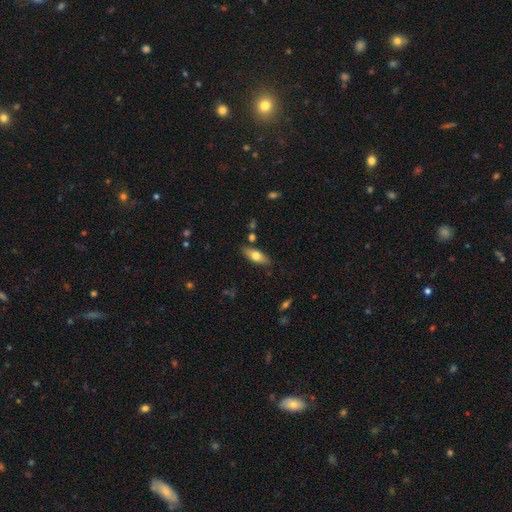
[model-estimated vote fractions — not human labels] Smooth or featured? Predicted: smooth (p=0.63). How rounded? Predicted: in between (p=0.68). Merging? Predicted: none (p=0.83).